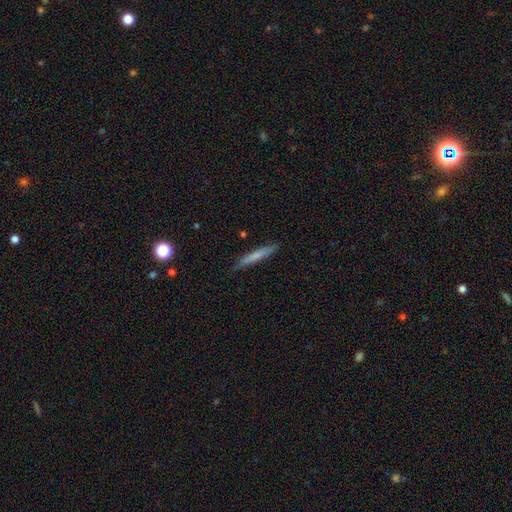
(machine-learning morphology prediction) Smooth or featured: smooth — 68% (featured or disk — 27%)
How rounded: cigar-shaped — 96% (in between — 3%)
Merging: none — 89% (minor disturbance — 9%)